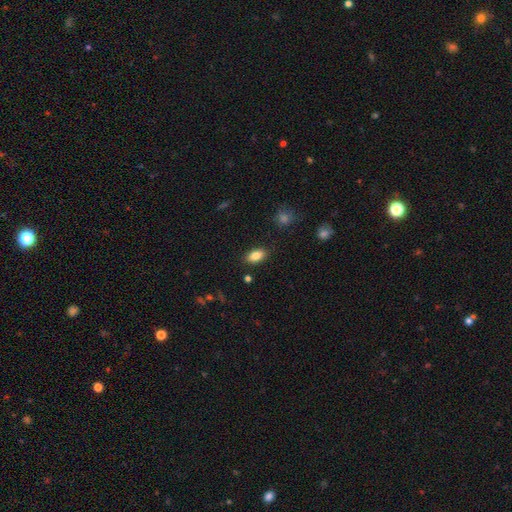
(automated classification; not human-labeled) Smooth or featured?
  - smooth: 85% *
  - star or artifact: 8%
  - featured or disk: 7%
How rounded?
  - in between: 90% *
  - round: 6%
  - cigar-shaped: 4%
Merging?
  - none: 86% *
  - minor disturbance: 10%
  - major disturbance: 2%
  - merger: 2%